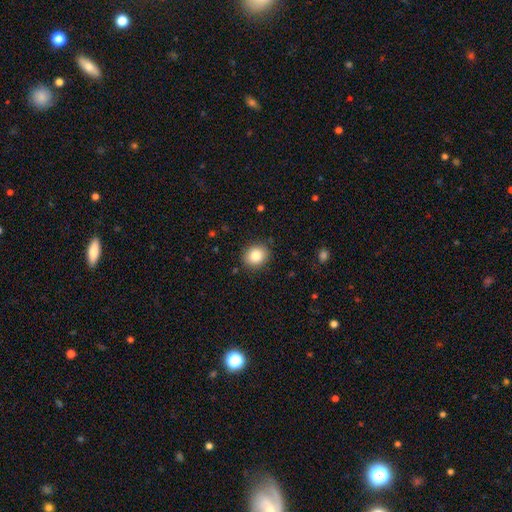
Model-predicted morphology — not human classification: type=smooth (84%); roundness=round (70%); merging=none (88%).